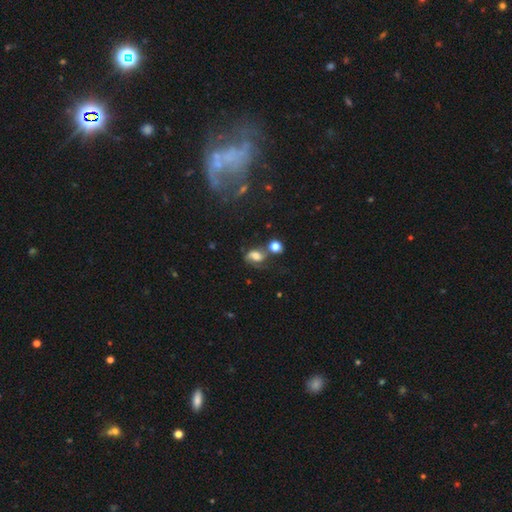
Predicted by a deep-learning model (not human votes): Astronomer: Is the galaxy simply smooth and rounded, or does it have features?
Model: smooth — 46% (runner-up: featured or disk, 40%).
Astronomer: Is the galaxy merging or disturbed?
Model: none — 35% (runner-up: merger, 24%).